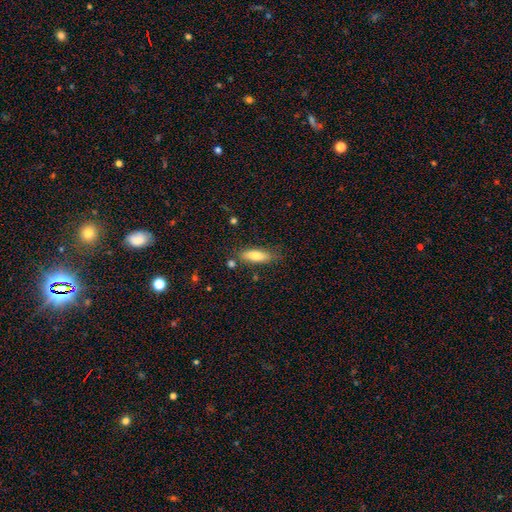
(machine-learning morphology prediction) Smooth or featured? Predicted: smooth (p=0.76). How rounded? Predicted: in between (p=0.49, tied with cigar-shaped). Merging? Predicted: none (p=0.74).